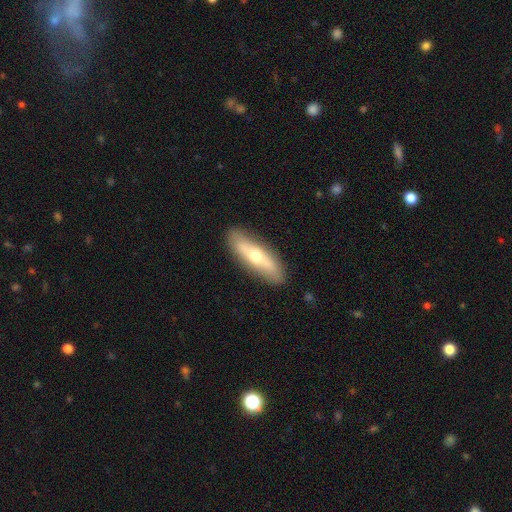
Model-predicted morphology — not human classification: The model was most divided on "smooth or featured": smooth: 51%, featured or disk: 43%, star or artifact: 5%. More confident: merging — none (86%); how rounded — cigar-shaped (55%).